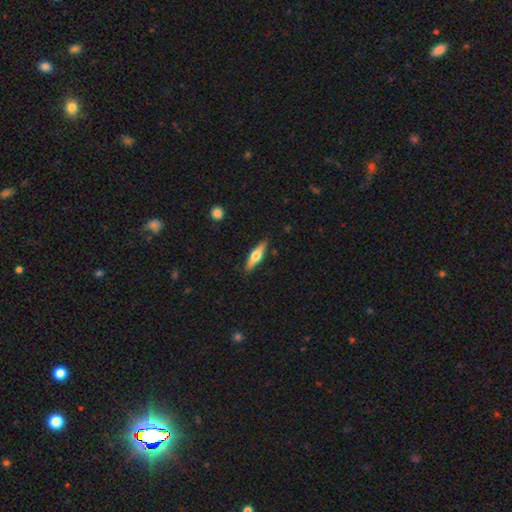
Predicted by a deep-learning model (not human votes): A featured or disk galaxy (49%). Merging: none (88%).